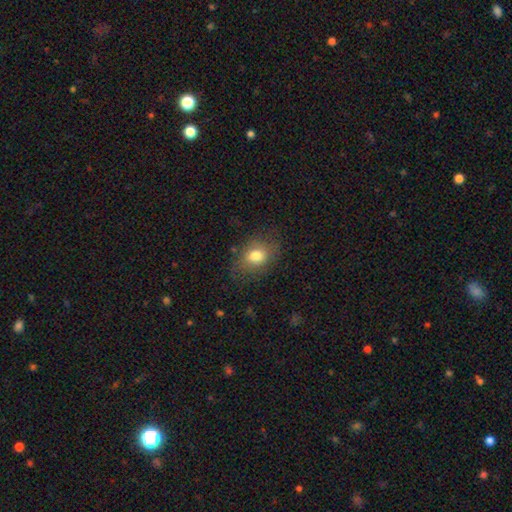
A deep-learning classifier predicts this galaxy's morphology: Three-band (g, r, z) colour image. It shows a smooth galaxy with no disk features (77%) that is in between round and cigar-shaped (62%). Merging: none (74%).